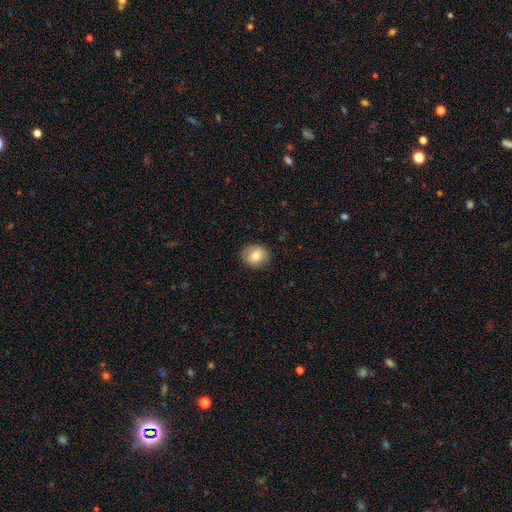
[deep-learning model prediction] smooth 77%, featured or disk 15%, star or artifact 8%. Down the decision tree: how rounded — round (73%); merging — none (85%).